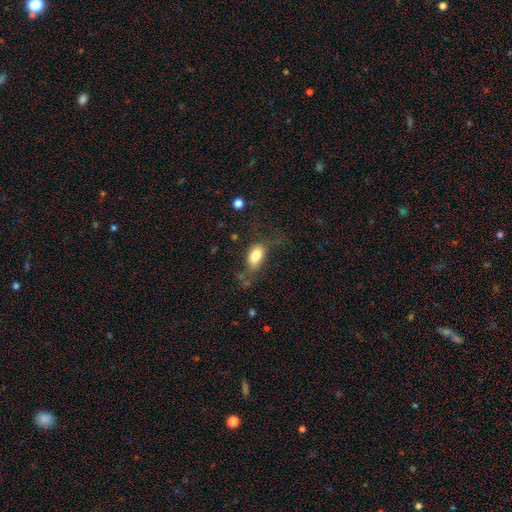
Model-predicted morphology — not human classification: smooth_or_featured: smooth (p=0.77) [alt: featured or disk p=0.15]
how_rounded: in between (p=0.89) [alt: round p=0.08]
merging: none (p=0.50) [alt: minor disturbance p=0.25]